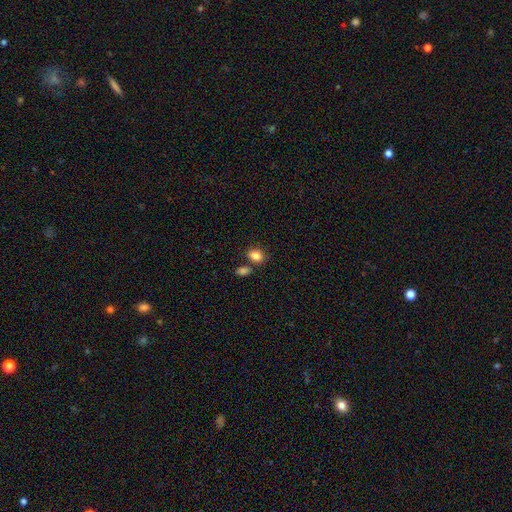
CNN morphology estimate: smooth 85%, star or artifact 9%, featured or disk 6%. Down the decision tree: how rounded — in between (69%); merging — none (66%).